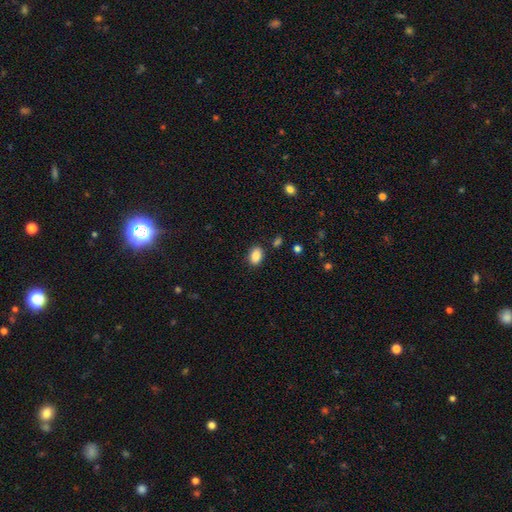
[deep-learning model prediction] This appears to be a smooth galaxy with no disk features (87%) that is in between round and cigar-shaped (83%). Merging: none (86%).